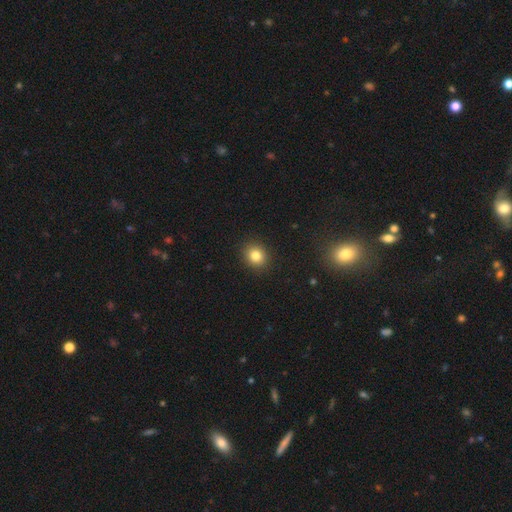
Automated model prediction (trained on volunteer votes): Smooth or featured? Predicted: smooth (p=0.82). How rounded? Predicted: round (p=0.74). Merging? Predicted: none (p=0.91).